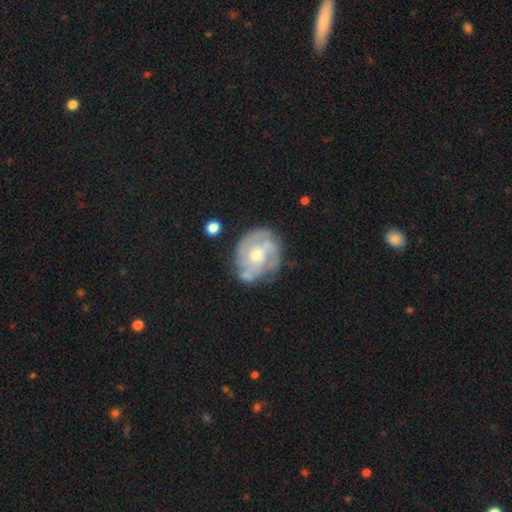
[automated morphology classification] Smooth or featured?
  - featured or disk: 79% *
  - smooth: 15%
  - star or artifact: 6%
Edge-on disk?
  - no: 98% *
  - yes: 2%
Bar?
  - no: 67% *
  - weak: 28%
  - strong: 5%
Spiral arms?
  - yes: 86% *
  - no: 14%
Spiral winding?
  - tight: 56% *
  - medium: 34%
  - loose: 11%
Spiral arm count?
  - can't tell: 35% *
  - 3: 27%
  - 2: 18%
  - 4: 11%
  - 1: 4%
  - more than 4: 4%
Bulge size?
  - moderate: 63% *
  - small: 29%
  - large: 5%
  - none: 2%
  - dominant: 1%
Merging?
  - none: 68% *
  - minor disturbance: 20%
  - major disturbance: 8%
  - merger: 4%